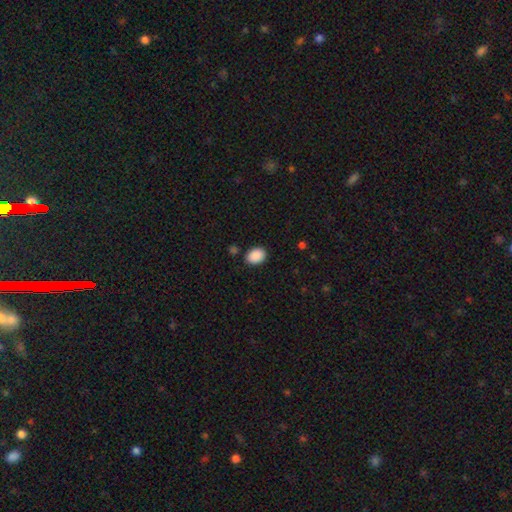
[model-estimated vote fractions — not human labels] smooth_or_featured: smooth (p=0.90) [alt: star or artifact p=0.07]
how_rounded: in between (p=0.72) [alt: round p=0.27]
merging: none (p=0.87) [alt: minor disturbance p=0.09]